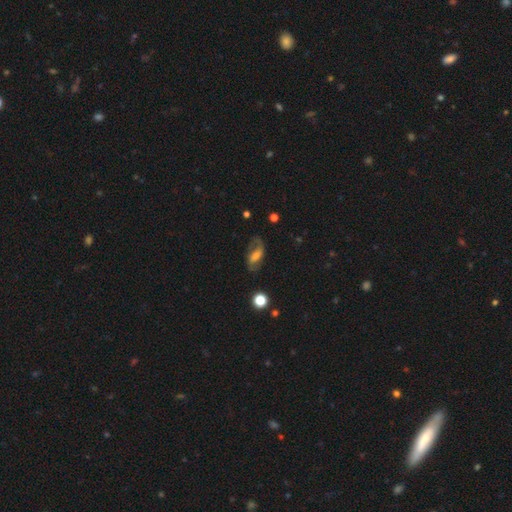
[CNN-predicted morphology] smooth_or_featured: featured or disk (p=0.58) [alt: smooth p=0.31]
disk_edge_on: no (p=0.92) [alt: yes p=0.08]
bar: weak (p=0.42) [alt: strong p=0.31]
has_spiral_arms: yes (p=0.86) [alt: no p=0.14]
bulge_size: moderate (p=0.30) [alt: small p=0.23]
merging: none (p=0.63) [alt: minor disturbance p=0.20]